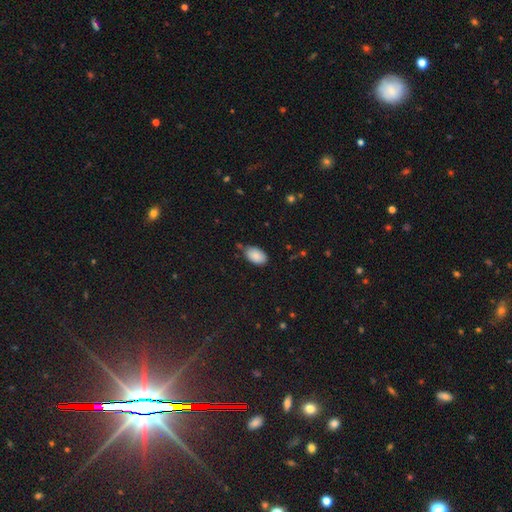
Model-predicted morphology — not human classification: A smooth galaxy with no disk features (87%) that is in between round and cigar-shaped (94%).

Vote fractions:
- Smooth or featured? smooth: 87% / star or artifact: 8% / featured or disk: 5%
- How rounded? in between: 94% / round: 5% / cigar-shaped: 1%
- Merging? none: 73% / minor disturbance: 20% / merger: 4% / major disturbance: 3%